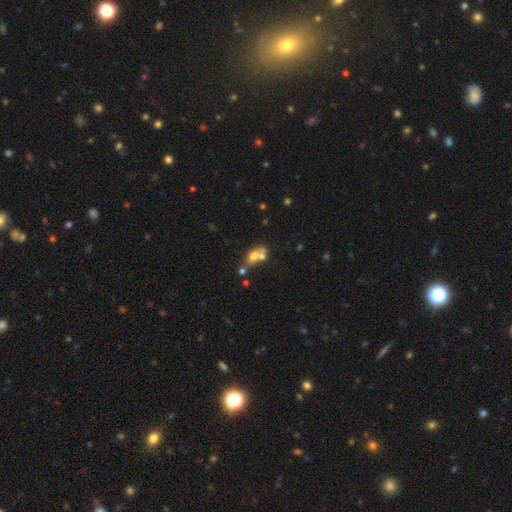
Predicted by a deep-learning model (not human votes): smooth-or-featured: smooth: 58% | featured or disk: 29% | star or artifact: 13%
  how-rounded: in between: 64% | round: 31% | cigar-shaped: 5%
  merging: merger: 55% | none: 27% | minor disturbance: 10% | major disturbance: 8%